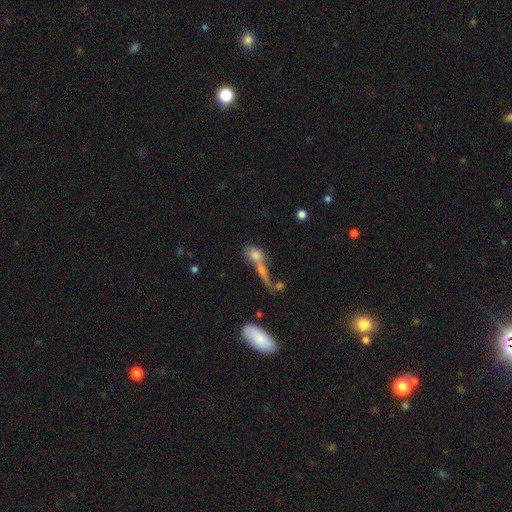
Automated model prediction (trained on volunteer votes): This is likely a smooth galaxy (67%). How rounded: possibly in between (50%). Merging: possibly merger (53%).